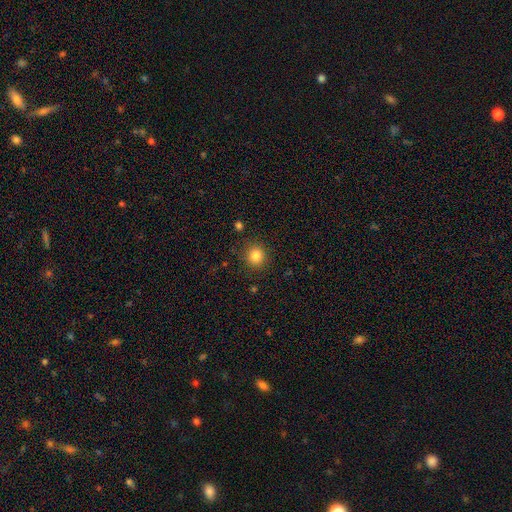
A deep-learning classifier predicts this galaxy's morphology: smooth 83%, star or artifact 12%, featured or disk 5%. Down the decision tree: how rounded — round (90%); merging — none (89%).